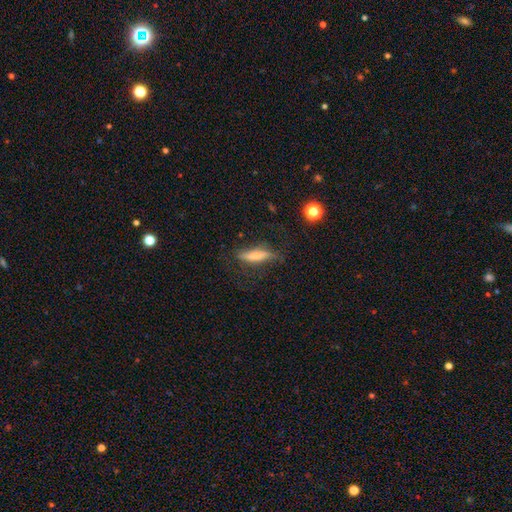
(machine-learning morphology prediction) Smooth or featured? smooth (55%)
How rounded? cigar-shaped (74%)
Merging? none (67%)